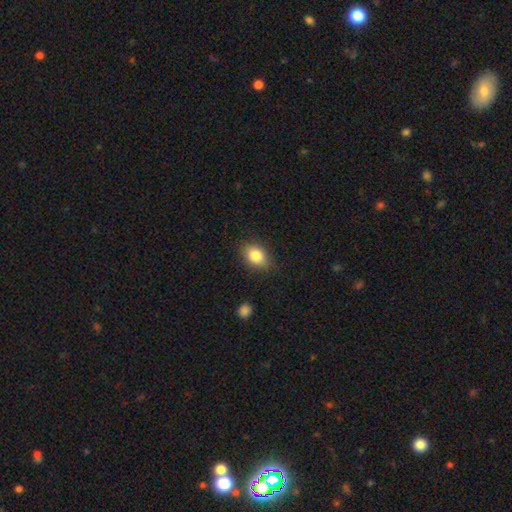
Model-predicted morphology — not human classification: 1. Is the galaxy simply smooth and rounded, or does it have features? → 83% smooth, 9% star or artifact, 8% featured or disk.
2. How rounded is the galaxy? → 75% in between, 24% round, 2% cigar-shaped.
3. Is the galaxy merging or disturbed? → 84% none, 12% minor disturbance, 3% major disturbance, 1% merger.